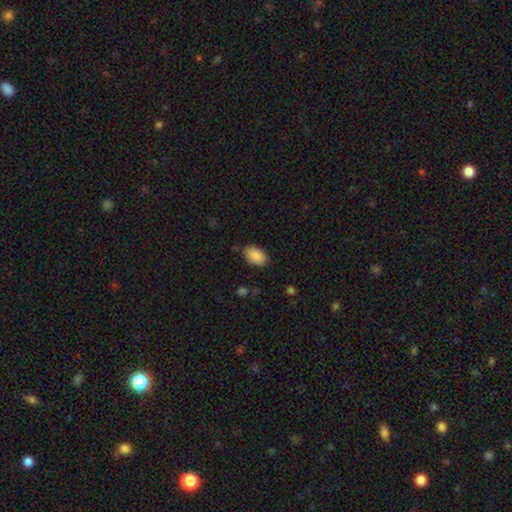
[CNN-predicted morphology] This is clearly a smooth galaxy (88%). How rounded: clearly in between (91%). Merging: likely none (77%).